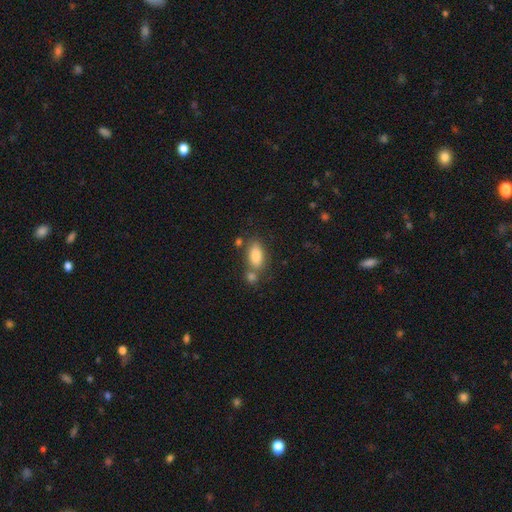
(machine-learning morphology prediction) type=smooth (84%); roundness=in between (89%); merging=none (60%).